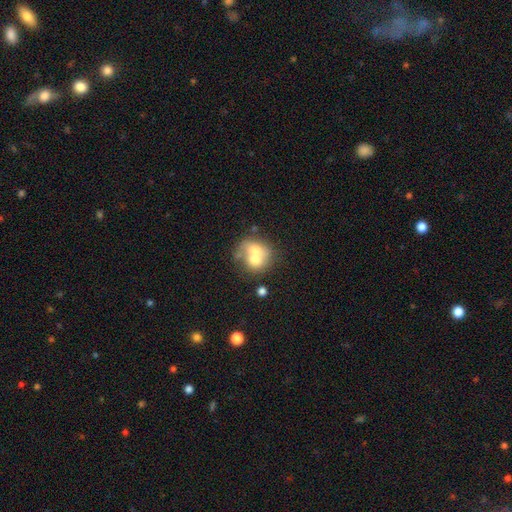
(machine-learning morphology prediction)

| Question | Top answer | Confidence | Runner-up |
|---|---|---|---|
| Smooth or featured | smooth | 61% | featured or disk (30%) |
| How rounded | round | 65% | in between (34%) |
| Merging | merger | 64% | none (21%) |